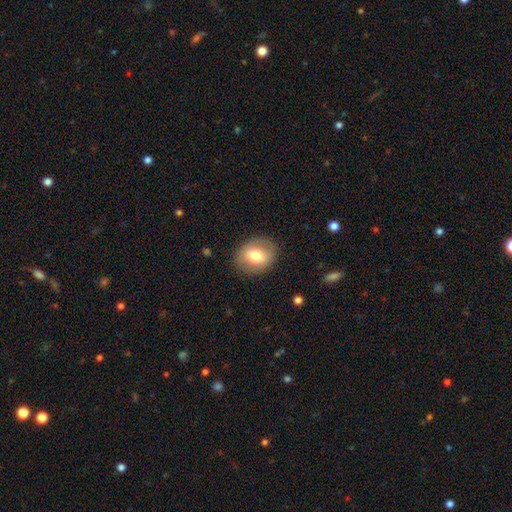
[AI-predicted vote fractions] This is likely a smooth galaxy (71%). How rounded: possibly in between (51%). Merging: clearly none (84%).